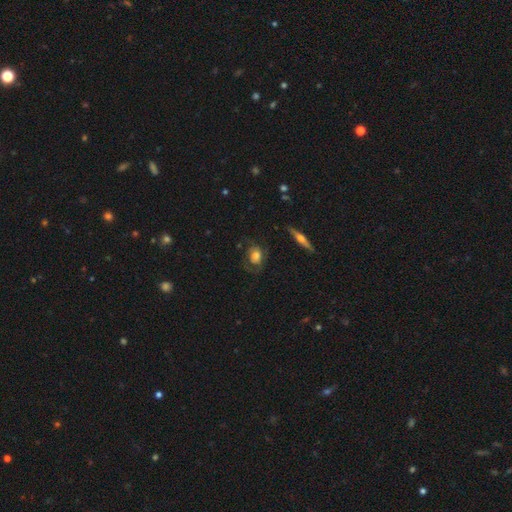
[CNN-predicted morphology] Smooth or featured? Predicted: smooth (p=0.50). Merging? Predicted: none (p=0.54).